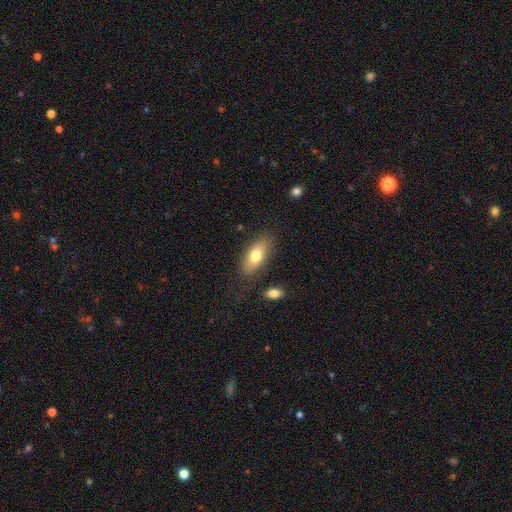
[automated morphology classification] This appears to be a smooth galaxy with no disk features (74%) that is in between round and cigar-shaped (83%). Merging: none (79%).